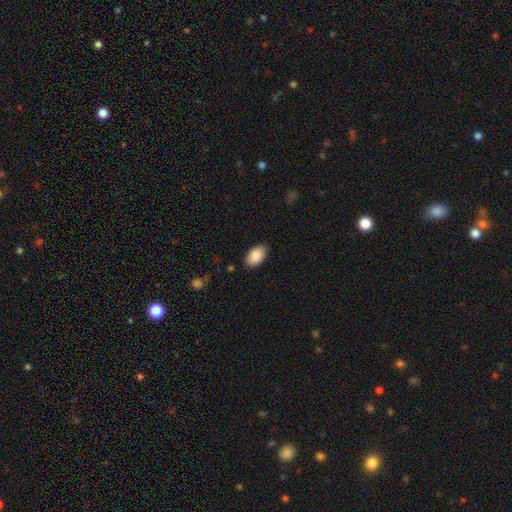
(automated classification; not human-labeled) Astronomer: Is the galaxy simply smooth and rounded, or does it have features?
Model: smooth — 89%.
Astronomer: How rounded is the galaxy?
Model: in between — 93%.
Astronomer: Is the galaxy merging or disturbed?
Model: none — 86%.